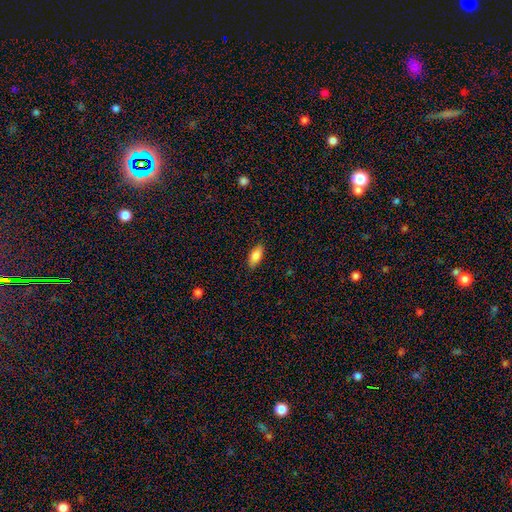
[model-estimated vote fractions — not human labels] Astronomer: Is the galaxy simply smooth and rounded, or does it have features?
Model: smooth — 85%.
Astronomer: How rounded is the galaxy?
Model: in between — 90%.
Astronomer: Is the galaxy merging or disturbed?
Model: none — 86%.